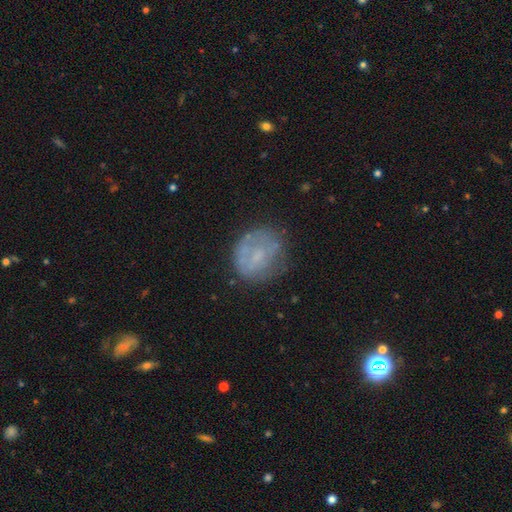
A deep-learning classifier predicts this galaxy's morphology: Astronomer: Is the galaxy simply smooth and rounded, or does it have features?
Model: smooth — 49% (runner-up: featured or disk, 40%).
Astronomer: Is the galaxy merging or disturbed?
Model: none — 63%.